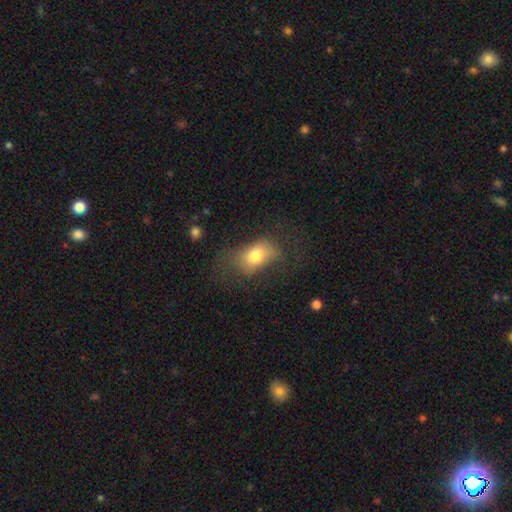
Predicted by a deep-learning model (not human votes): smooth_or_featured: smooth (p=0.73) [alt: featured or disk p=0.17]
how_rounded: in between (p=0.83) [alt: round p=0.15]
merging: none (p=0.51) [alt: minor disturbance p=0.24]